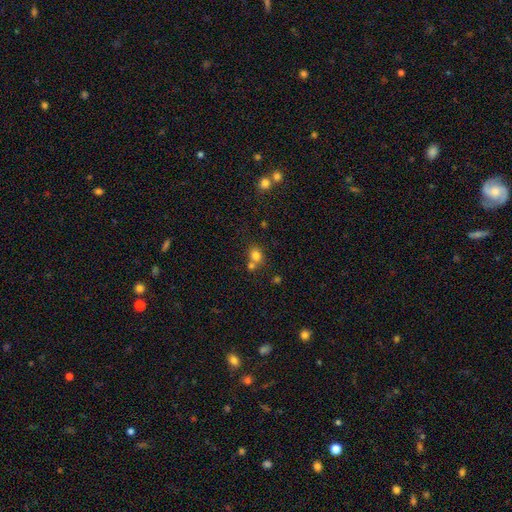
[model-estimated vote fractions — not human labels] Q: Smooth or featured?
A: smooth (78%); runner-up: star or artifact (13%)
Q: How rounded?
A: round (65%); runner-up: in between (34%)
Q: Merging?
A: none (50%); runner-up: merger (37%)